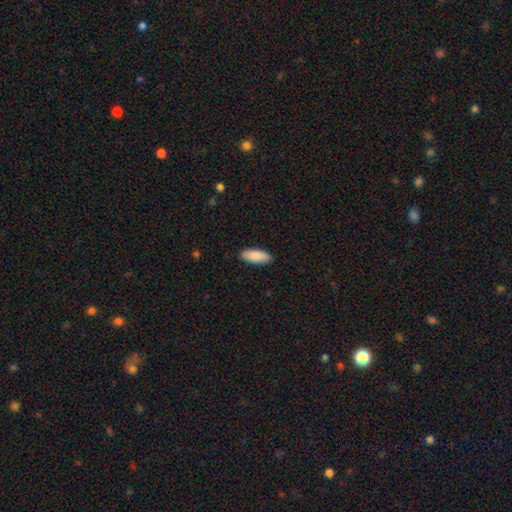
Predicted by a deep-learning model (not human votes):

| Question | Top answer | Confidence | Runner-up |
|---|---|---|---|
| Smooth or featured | smooth | 90% | star or artifact (5%) |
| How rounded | in between | 80% | cigar-shaped (18%) |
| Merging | none | 89% | minor disturbance (8%) |